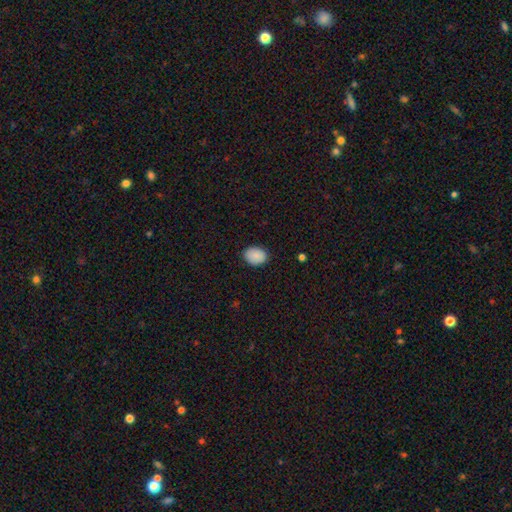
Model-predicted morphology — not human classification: Q: Smooth or featured?
A: smooth (89%); runner-up: star or artifact (7%)
Q: How rounded?
A: in between (63%); runner-up: round (36%)
Q: Merging?
A: none (86%); runner-up: minor disturbance (11%)